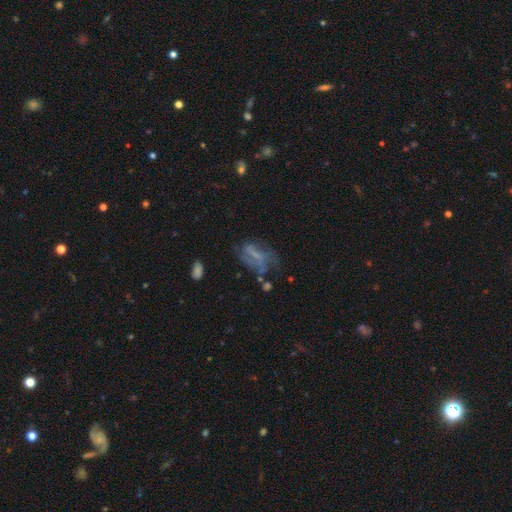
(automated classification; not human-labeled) Morphology: type=featured or disk (54%); edge-on=no (94%); bar=no (46%); spiral arms=no (51%); bulge=none (56%); merging=none (37%).